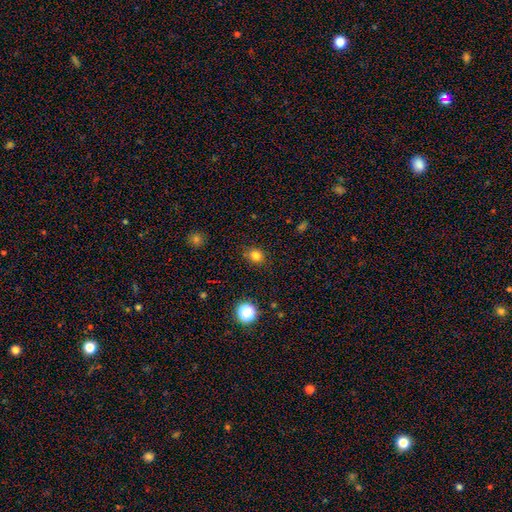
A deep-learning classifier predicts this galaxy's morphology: This is likely a smooth galaxy (80%). How rounded: likely round (66%). Merging: clearly none (86%).